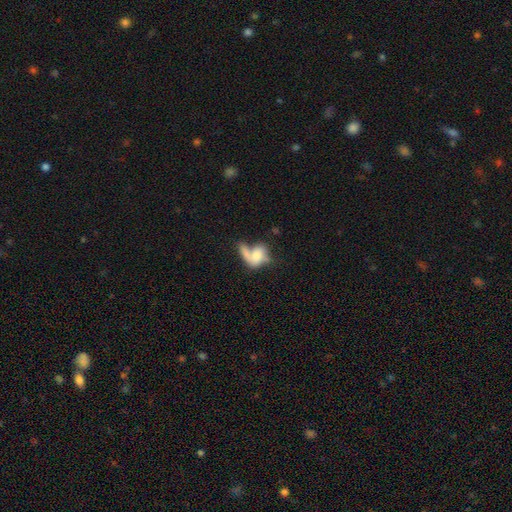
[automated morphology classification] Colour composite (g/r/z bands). It shows a smooth galaxy with no disk features (60%) that is in between round and cigar-shaped (71%). Merging: merger (41%).